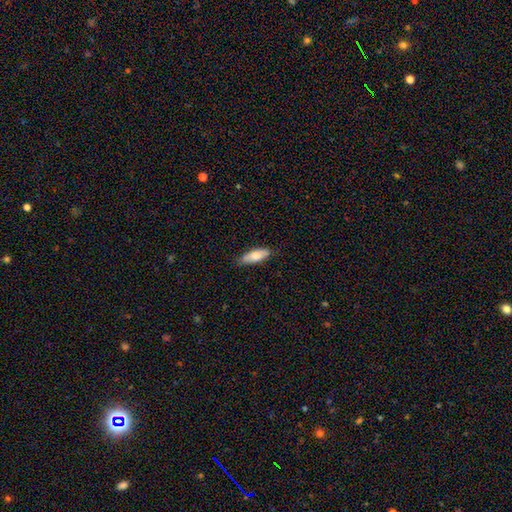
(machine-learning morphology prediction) Overall: smooth (77%). How rounded: in between (61%; cigar-shaped 37%). Merging: none (82%).